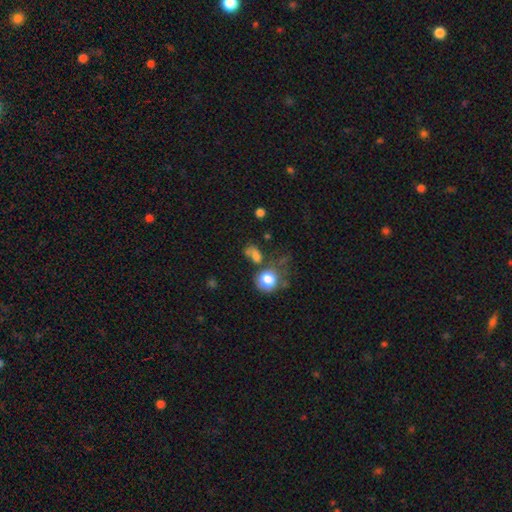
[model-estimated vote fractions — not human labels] A smooth galaxy with no disk features (71%) that is round (53%).

Vote fractions:
- Smooth or featured? smooth: 71% / star or artifact: 15% / featured or disk: 13%
- How rounded? round: 53% / in between: 45% / cigar-shaped: 2%
- Merging? none: 41% / merger: 24% / minor disturbance: 18% / major disturbance: 17%